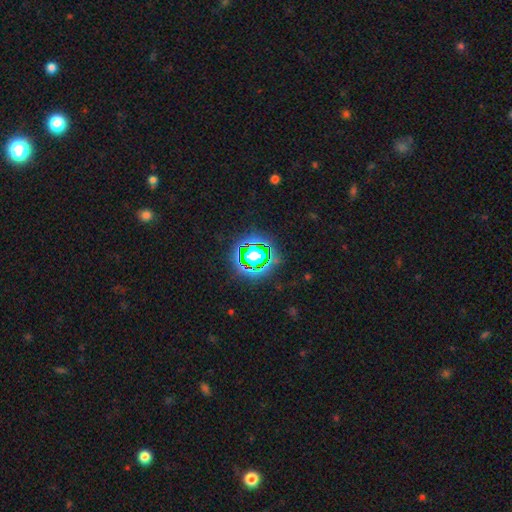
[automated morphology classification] Smooth or featured?
  - star or artifact: 79% *
  - smooth: 14%
  - featured or disk: 7%